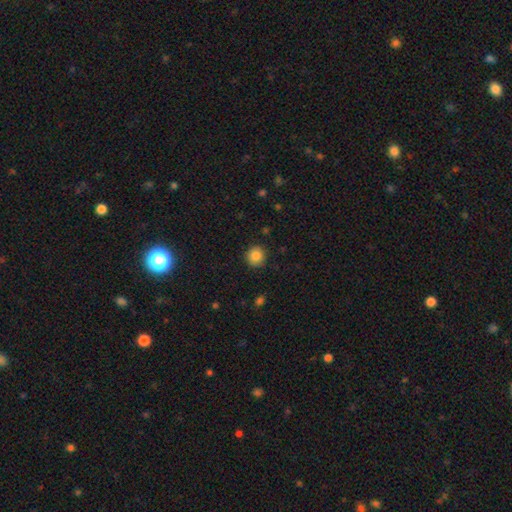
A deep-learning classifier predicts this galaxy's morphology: This appears to be a smooth galaxy with no disk features (85%) that is round (90%). Merging: none (90%).